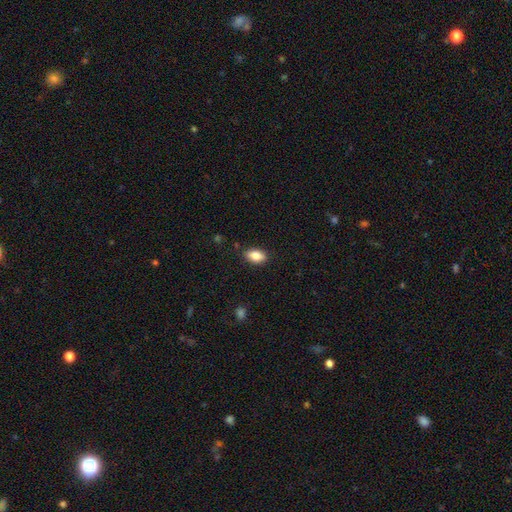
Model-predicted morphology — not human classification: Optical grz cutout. It shows a smooth galaxy with no disk features (85%) that is in between round and cigar-shaped (90%). Merging: none (86%).